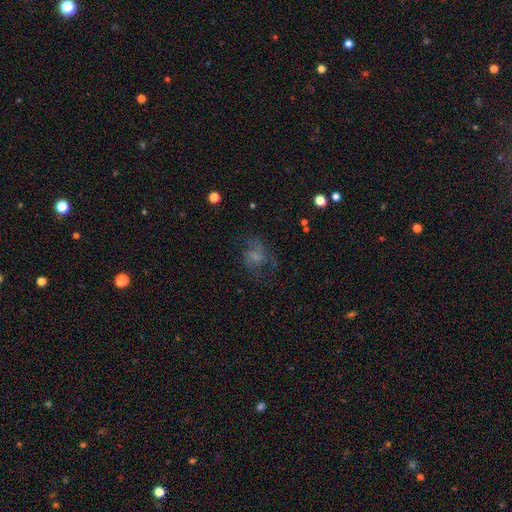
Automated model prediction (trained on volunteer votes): Smooth or featured? Predicted: featured or disk (p=0.49). Merging? Predicted: none (p=0.47).